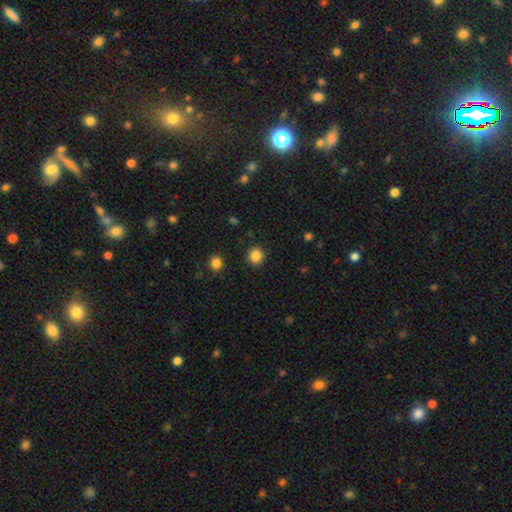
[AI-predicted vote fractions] The model was most divided on "how rounded": round: 86%, in between: 13%, cigar-shaped: 1%. More confident: merging — none (91%); smooth or featured — smooth (86%).